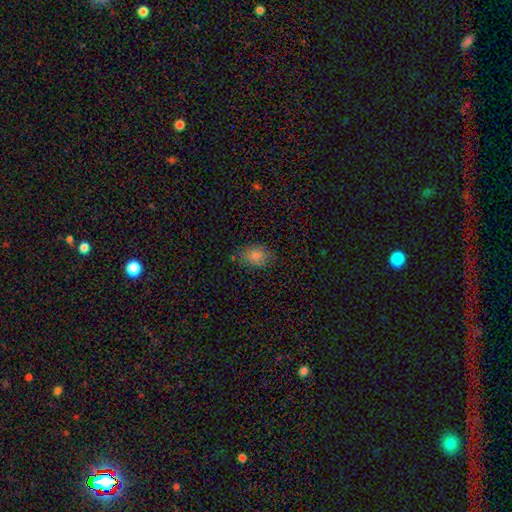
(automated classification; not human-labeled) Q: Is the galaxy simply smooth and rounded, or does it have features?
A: smooth — 76%.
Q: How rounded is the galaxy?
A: in between — 66%.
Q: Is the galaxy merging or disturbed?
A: none — 77%.